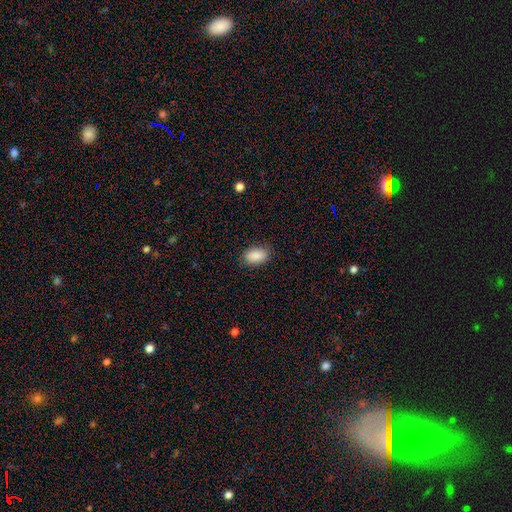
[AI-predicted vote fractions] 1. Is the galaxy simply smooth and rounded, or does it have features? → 89% smooth, 7% star or artifact, 4% featured or disk.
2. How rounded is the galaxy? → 90% in between, 8% round, 2% cigar-shaped.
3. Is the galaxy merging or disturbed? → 85% none, 11% minor disturbance, 3% major disturbance, 1% merger.